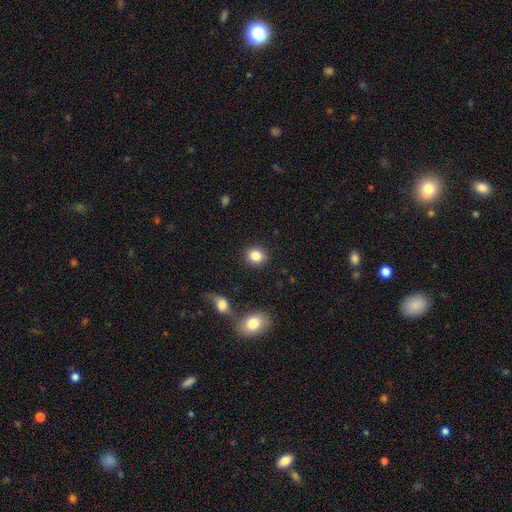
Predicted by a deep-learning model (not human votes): Overall: smooth (85%). How rounded: round (73%). Merging: none (89%).